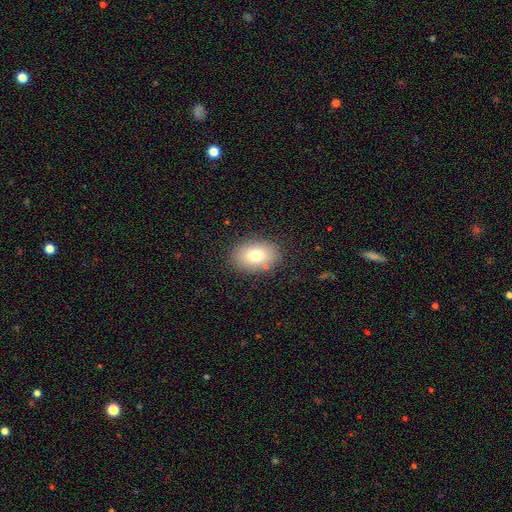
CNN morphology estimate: A smooth galaxy with no disk features (77%) that is in between round and cigar-shaped (79%).

Vote fractions:
- Smooth or featured? smooth: 77% / featured or disk: 14% / star or artifact: 9%
- How rounded? in between: 79% / round: 20% / cigar-shaped: 1%
- Merging? none: 85% / minor disturbance: 10% / major disturbance: 3% / merger: 2%